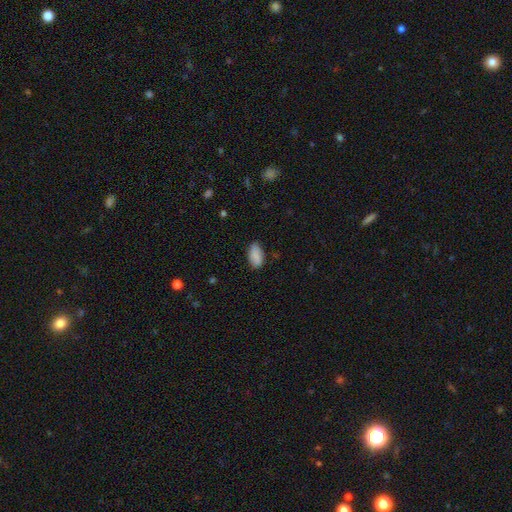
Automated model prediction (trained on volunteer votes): A smooth galaxy with no disk features (88%) that is in between round and cigar-shaped (94%).

Vote fractions:
- Smooth or featured? smooth: 88% / star or artifact: 7% / featured or disk: 6%
- How rounded? in between: 94% / round: 4% / cigar-shaped: 3%
- Merging? none: 79% / minor disturbance: 17% / major disturbance: 3% / merger: 1%